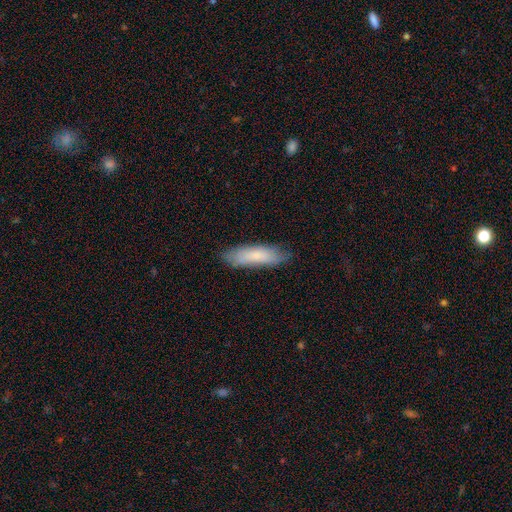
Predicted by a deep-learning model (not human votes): A smooth galaxy with no disk features (75%) that is cigar-shaped (59%). Merging: none (79%).